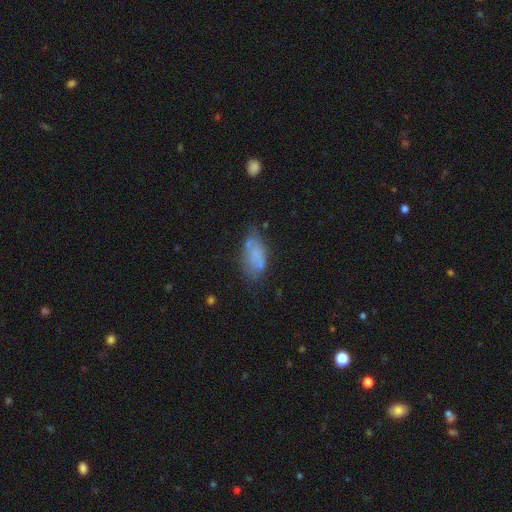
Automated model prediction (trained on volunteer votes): Smooth or featured?
  - smooth: 62% *
  - featured or disk: 28%
  - star or artifact: 10%
How rounded?
  - in between: 89% *
  - cigar-shaped: 7%
  - round: 4%
Merging?
  - none: 48% *
  - minor disturbance: 28%
  - major disturbance: 14%
  - merger: 10%